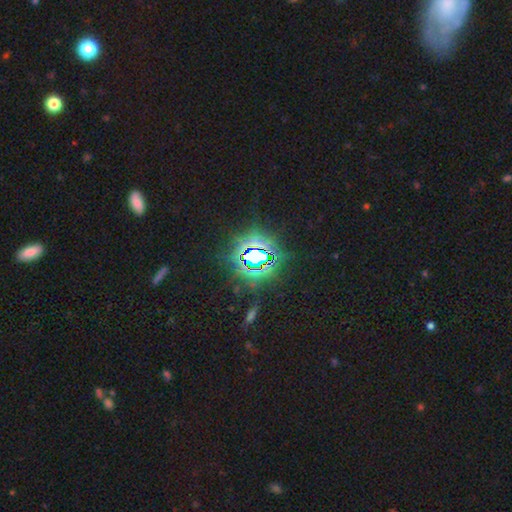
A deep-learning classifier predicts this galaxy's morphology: This appears to be a star or artifact, not a galaxy (81%).